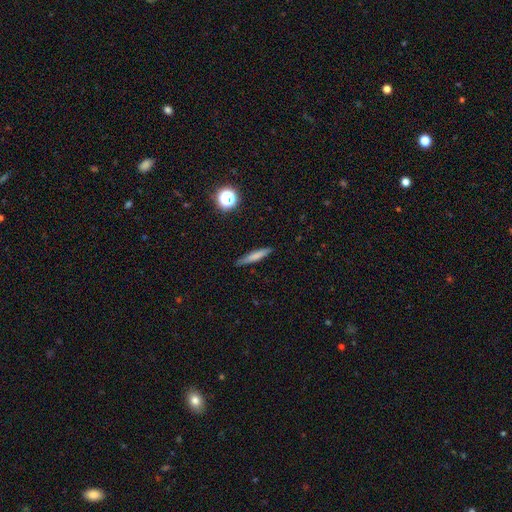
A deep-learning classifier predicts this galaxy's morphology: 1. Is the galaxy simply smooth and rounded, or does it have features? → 68% smooth, 23% featured or disk, 9% star or artifact.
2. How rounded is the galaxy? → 91% cigar-shaped, 7% in between, 2% round.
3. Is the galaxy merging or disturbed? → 85% none, 11% minor disturbance, 2% major disturbance, 1% merger.